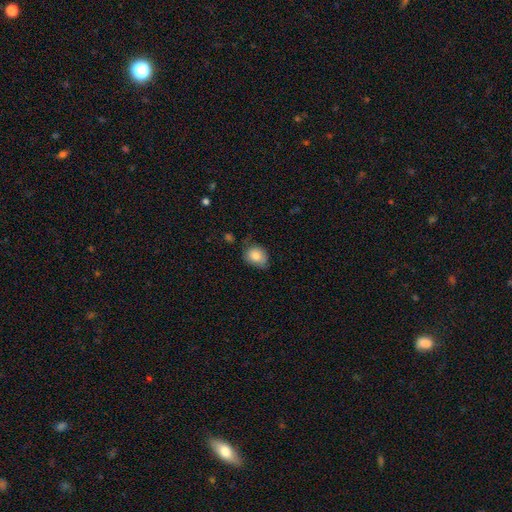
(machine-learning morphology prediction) smooth-or-featured: smooth: 80% | featured or disk: 12% | star or artifact: 8%
  how-rounded: round: 50% | in between: 49% | cigar-shaped: 1%
  merging: none: 57% | minor disturbance: 32% | major disturbance: 9% | merger: 2%